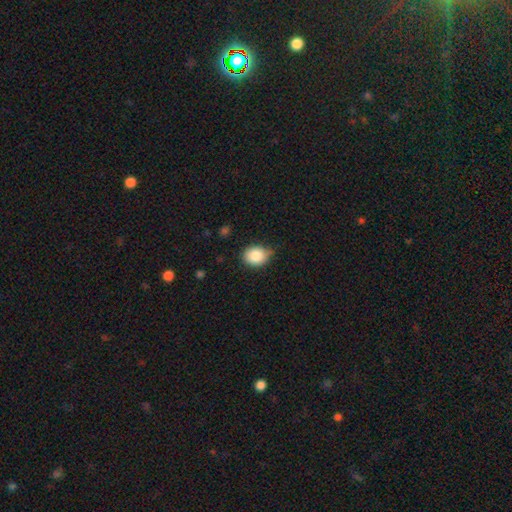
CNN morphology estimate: Smooth or featured? smooth (85%)
How rounded? round (60%)
Merging? none (71%)